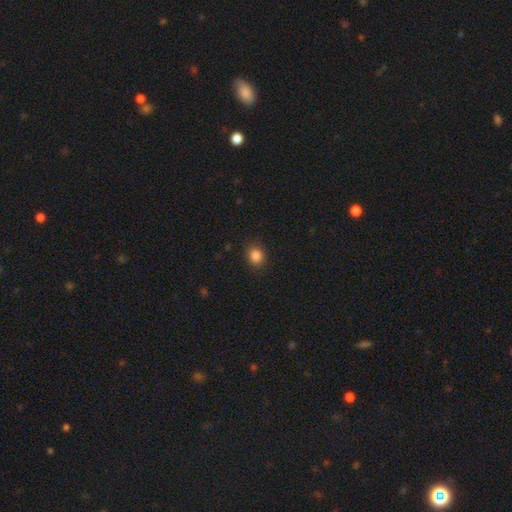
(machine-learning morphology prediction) type=smooth (85%); roundness=round (68%); merging=none (89%).